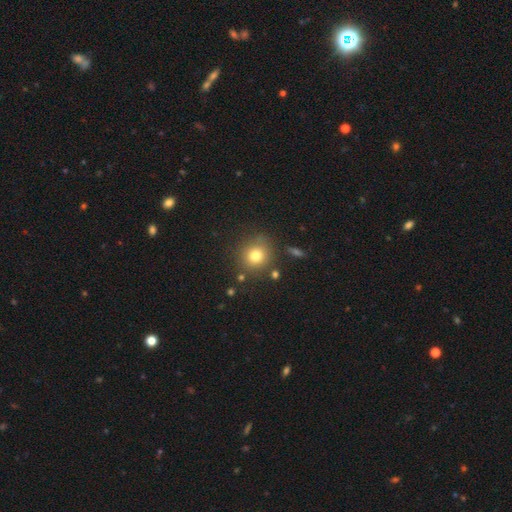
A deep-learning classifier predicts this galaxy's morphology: smooth-or-featured: smooth: 78% | star or artifact: 13% | featured or disk: 9%
  how-rounded: round: 88% | in between: 11% | cigar-shaped: 1%
  merging: none: 82% | minor disturbance: 10% | merger: 4% | major disturbance: 4%